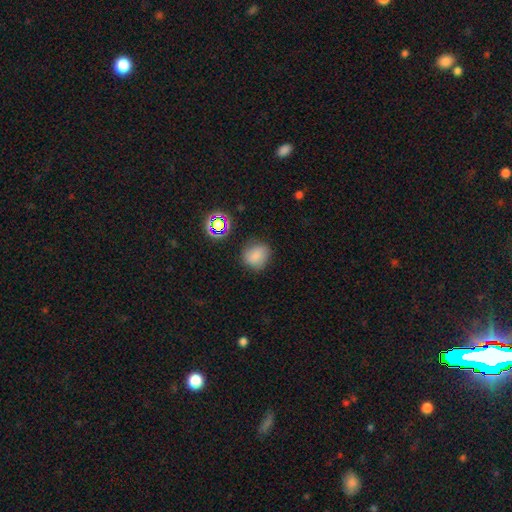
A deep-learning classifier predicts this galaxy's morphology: Smooth or featured?
  - smooth: 77% *
  - star or artifact: 15%
  - featured or disk: 8%
How rounded?
  - round: 76% *
  - in between: 23%
  - cigar-shaped: 1%
Merging?
  - none: 77% *
  - minor disturbance: 16%
  - major disturbance: 5%
  - merger: 2%